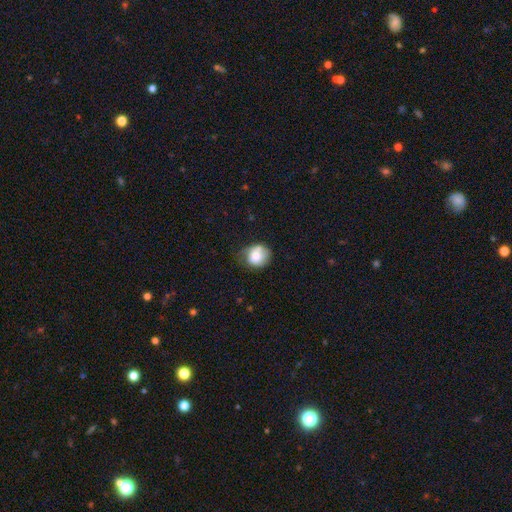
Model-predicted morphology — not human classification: type=smooth (71%); roundness=round (69%); merging=none (45%).